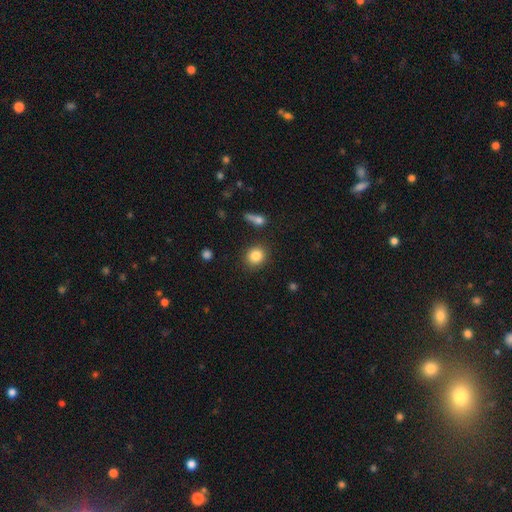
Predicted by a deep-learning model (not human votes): The model was most divided on "how rounded": round: 81%, in between: 18%, cigar-shaped: 1%. More confident: merging — none (87%); smooth or featured — smooth (84%).